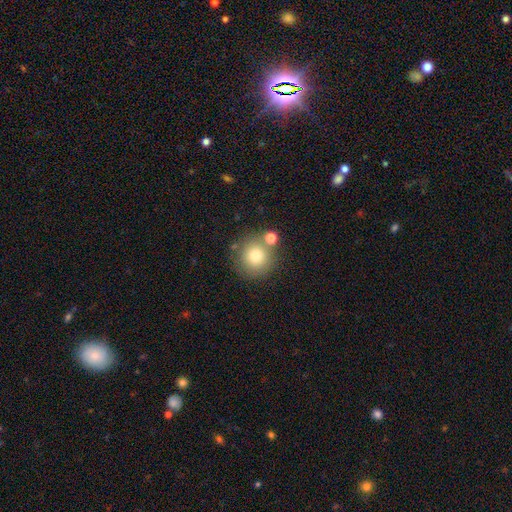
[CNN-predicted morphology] smooth_or_featured: smooth (p=0.76) [alt: featured or disk p=0.12]
how_rounded: round (p=0.93) [alt: in between p=0.06]
merging: none (p=0.71) [alt: merger p=0.15]